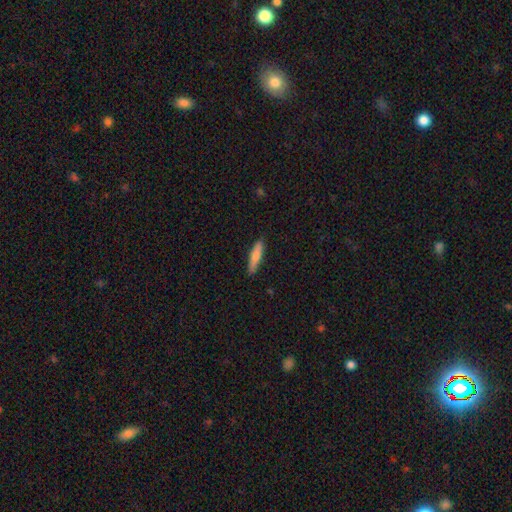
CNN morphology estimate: smooth_or_featured: smooth (p=0.79) [alt: featured or disk p=0.15]
how_rounded: cigar-shaped (p=0.82) [alt: in between p=0.17]
merging: none (p=0.86) [alt: minor disturbance p=0.11]